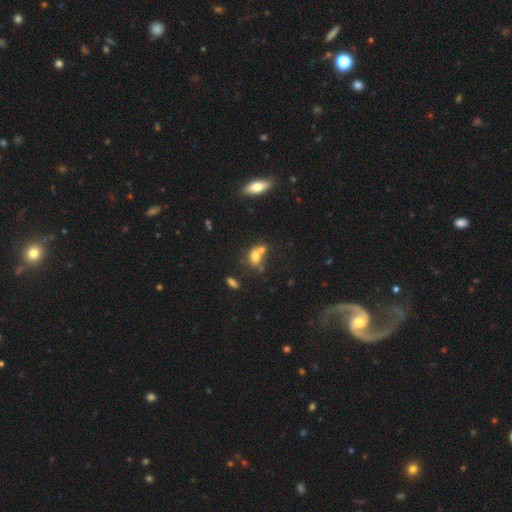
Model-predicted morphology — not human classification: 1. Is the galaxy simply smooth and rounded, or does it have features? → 69% smooth, 18% featured or disk, 13% star or artifact.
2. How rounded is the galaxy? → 61% in between, 36% round, 3% cigar-shaped.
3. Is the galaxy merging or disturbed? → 52% merger, 30% none, 11% minor disturbance, 6% major disturbance.